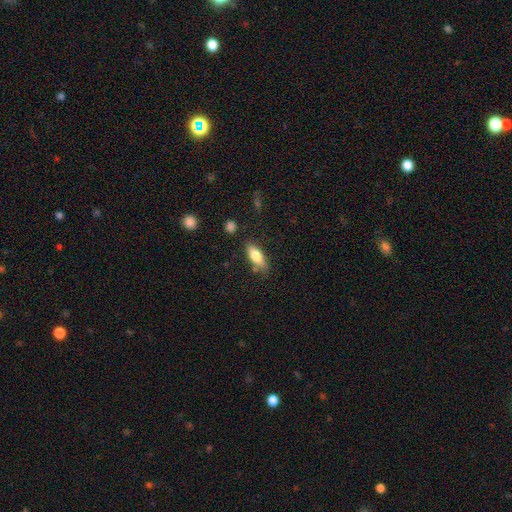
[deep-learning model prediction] smooth-or-featured: smooth: 78% | featured or disk: 16% | star or artifact: 7%
  how-rounded: in between: 76% | cigar-shaped: 22% | round: 3%
  merging: none: 77% | minor disturbance: 15% | merger: 4% | major disturbance: 3%